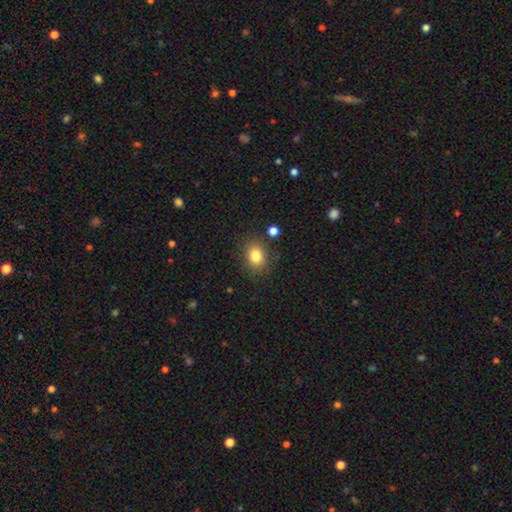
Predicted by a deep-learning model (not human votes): Smooth or featured: smooth — 83% (star or artifact — 11%)
How rounded: in between — 52% (round — 47%)
Merging: none — 82% (minor disturbance — 11%)